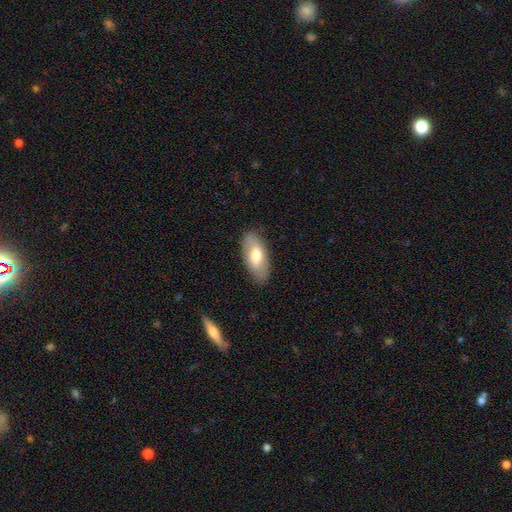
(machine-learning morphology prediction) This is likely a smooth galaxy (67%). How rounded: clearly in between (89%). Merging: clearly none (84%).